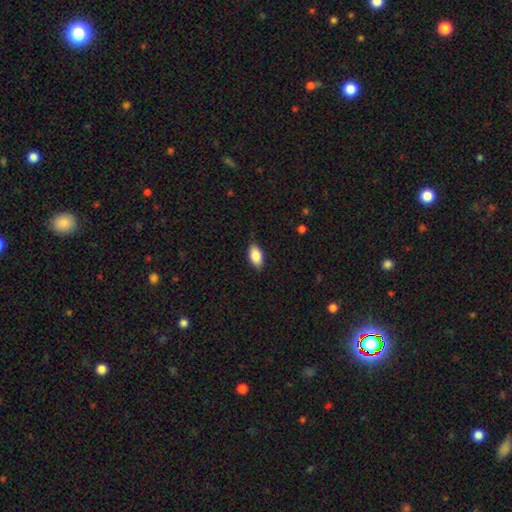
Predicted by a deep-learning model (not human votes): Smooth or featured: smooth — 85% (featured or disk — 9%)
How rounded: in between — 92% (round — 5%)
Merging: none — 81% (minor disturbance — 15%)